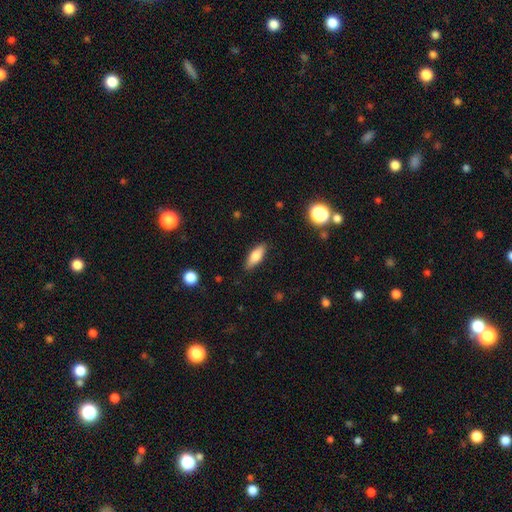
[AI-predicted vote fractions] Smooth or featured: smooth — 73% (featured or disk — 20%)
How rounded: in between — 65% (cigar-shaped — 32%)
Merging: none — 87% (minor disturbance — 10%)